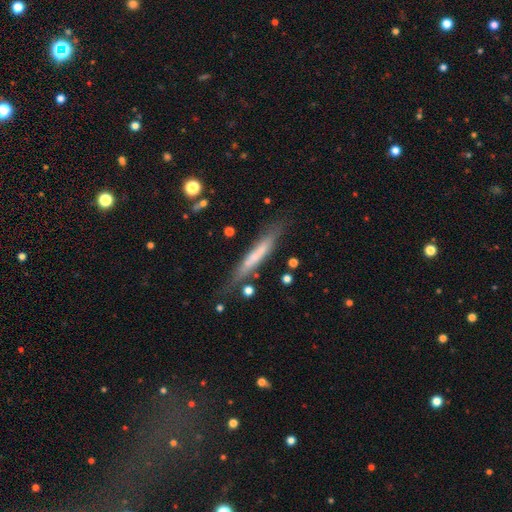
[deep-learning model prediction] smooth_or_featured: smooth (p=0.51) [alt: featured or disk p=0.42]
how_rounded: cigar-shaped (p=0.94) [alt: in between p=0.05]
merging: none (p=0.74) [alt: minor disturbance p=0.17]